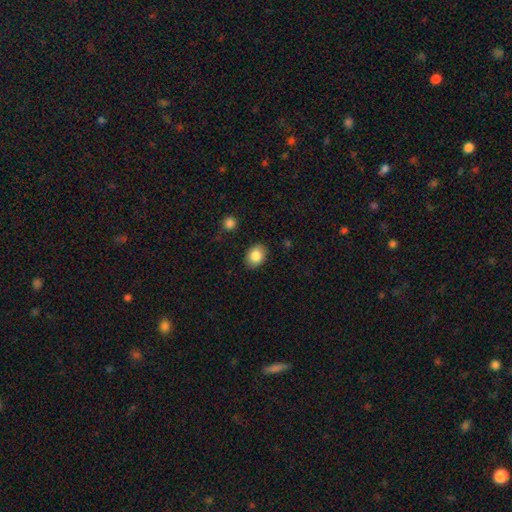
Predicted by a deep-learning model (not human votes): smooth-or-featured: smooth: 85% | star or artifact: 8% | featured or disk: 7%
  how-rounded: in between: 64% | round: 35% | cigar-shaped: 1%
  merging: none: 87% | minor disturbance: 9% | major disturbance: 2% | merger: 1%